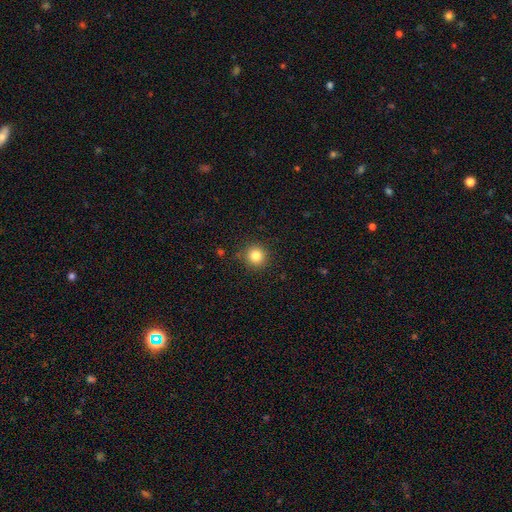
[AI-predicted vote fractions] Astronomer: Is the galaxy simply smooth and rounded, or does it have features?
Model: smooth — 83%.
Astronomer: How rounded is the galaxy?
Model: round — 94%.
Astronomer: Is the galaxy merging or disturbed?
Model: none — 90%.